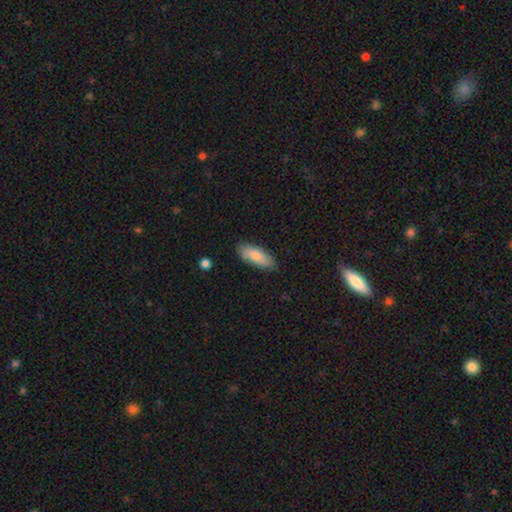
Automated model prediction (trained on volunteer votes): This is clearly a smooth galaxy (83%). How rounded: likely in between (72%). Merging: clearly none (81%).